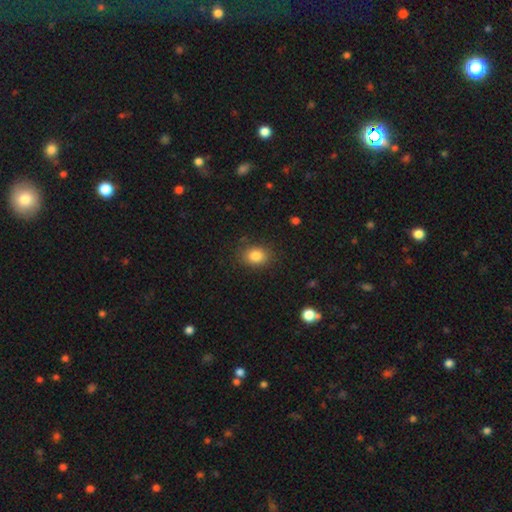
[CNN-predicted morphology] type=smooth (84%); roundness=in between (60%); merging=none (85%).